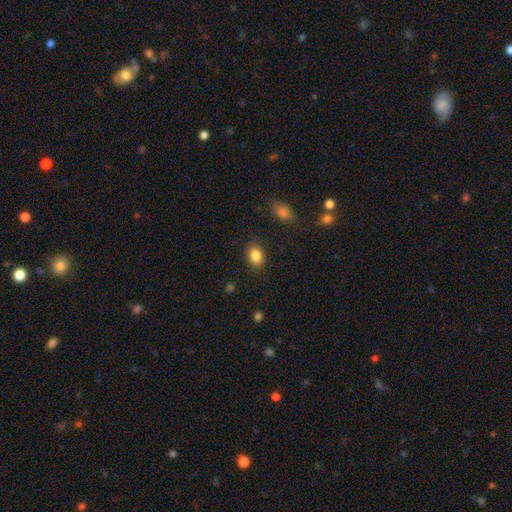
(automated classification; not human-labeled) Smooth or featured: smooth — 85% (star or artifact — 9%)
How rounded: in between — 72% (round — 27%)
Merging: none — 86% (minor disturbance — 10%)